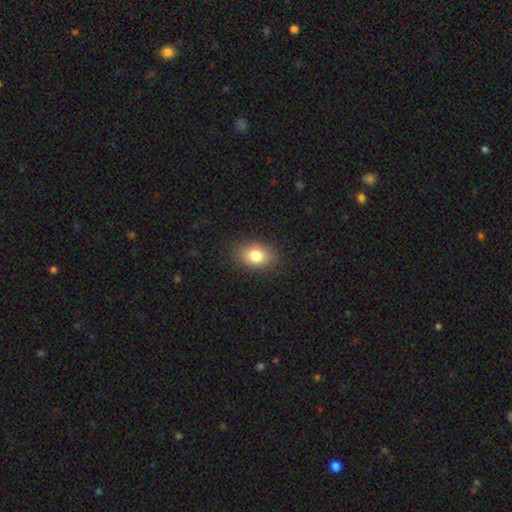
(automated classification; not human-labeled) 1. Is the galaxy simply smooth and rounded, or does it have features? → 81% smooth, 10% star or artifact, 9% featured or disk.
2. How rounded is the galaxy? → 76% in between, 23% round, 1% cigar-shaped.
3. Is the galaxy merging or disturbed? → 87% none, 10% minor disturbance, 3% major disturbance, 1% merger.